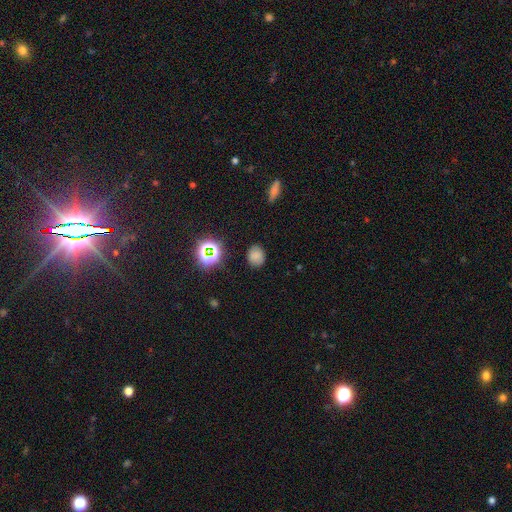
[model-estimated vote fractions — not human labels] Q: Smooth or featured?
A: smooth (75%); runner-up: star or artifact (18%)
Q: How rounded?
A: round (58%); runner-up: in between (41%)
Q: Merging?
A: none (83%); runner-up: minor disturbance (12%)